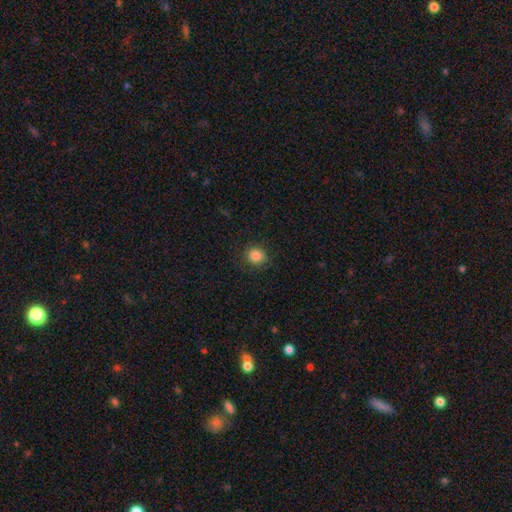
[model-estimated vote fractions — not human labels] A smooth galaxy with no disk features (86%) that is round (85%).

Vote fractions:
- Smooth or featured? smooth: 86% / star or artifact: 11% / featured or disk: 3%
- How rounded? round: 85% / in between: 14% / cigar-shaped: 1%
- Merging? none: 89% / minor disturbance: 8% / major disturbance: 3% / merger: 1%